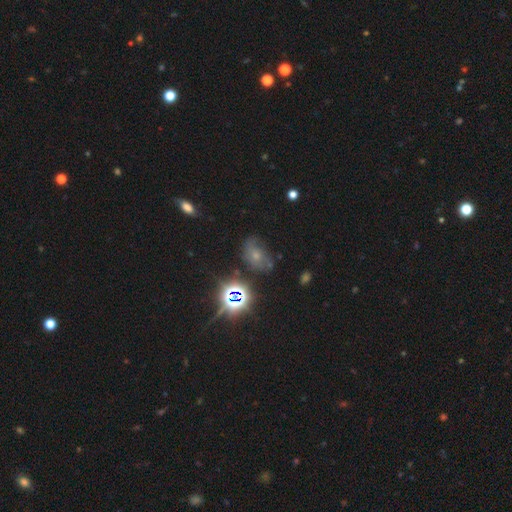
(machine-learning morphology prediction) smooth_or_featured: smooth (p=0.40) [alt: star or artifact p=0.36]
merging: none (p=0.51) [alt: minor disturbance p=0.28]